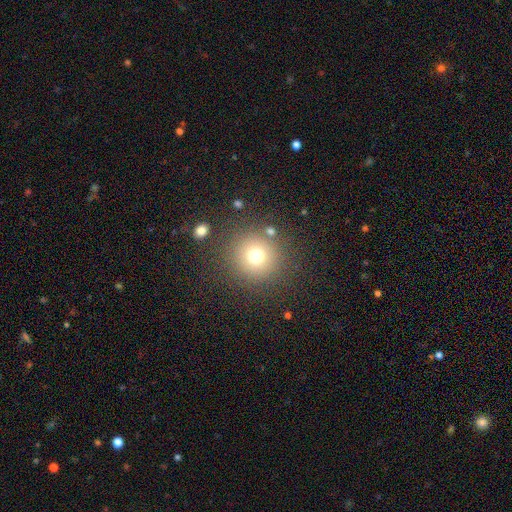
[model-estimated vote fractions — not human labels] Overall: smooth (73%). How rounded: round (94%). Merging: none (84%).